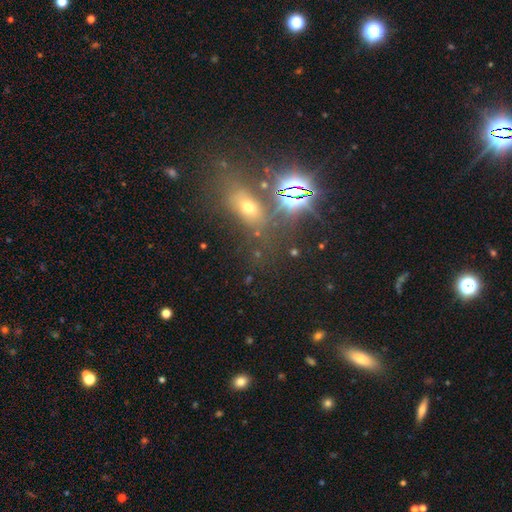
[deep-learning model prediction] smooth-or-featured: star or artifact: 43% | smooth: 39% | featured or disk: 18%